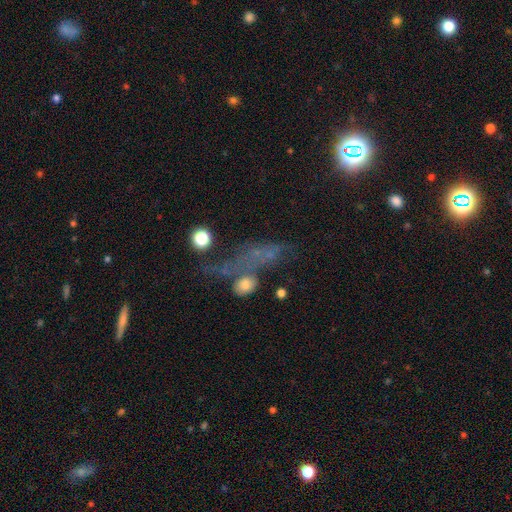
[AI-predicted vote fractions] Smooth or featured? Predicted: star or artifact (p=0.38).